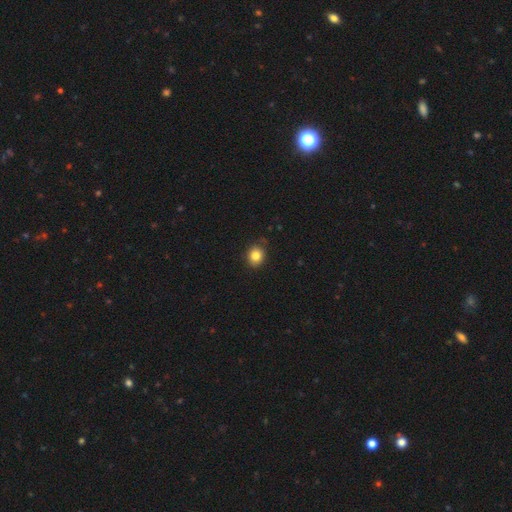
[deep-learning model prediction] The model was most divided on "how rounded": round: 71%, in between: 28%, cigar-shaped: 1%. More confident: merging — none (87%); smooth or featured — smooth (84%).